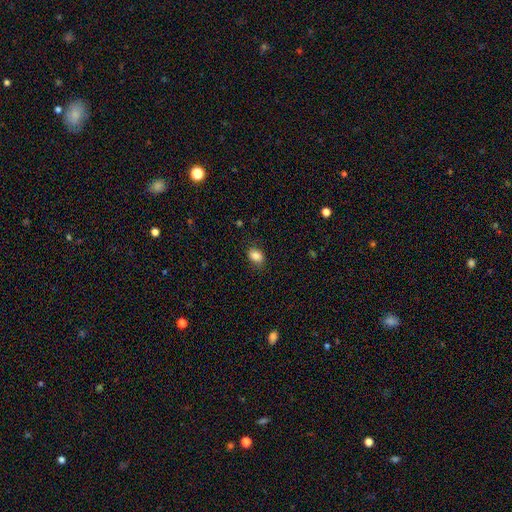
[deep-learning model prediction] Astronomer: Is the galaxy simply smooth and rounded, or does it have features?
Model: smooth — 85%.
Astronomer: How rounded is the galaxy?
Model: in between — 69%.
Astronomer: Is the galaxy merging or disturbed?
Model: none — 79%.